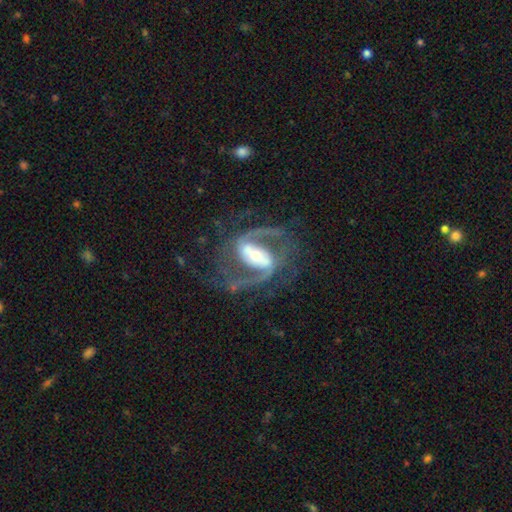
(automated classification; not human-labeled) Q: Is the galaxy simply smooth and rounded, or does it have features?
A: featured or disk — 91%.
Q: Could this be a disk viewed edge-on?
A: no — 97%.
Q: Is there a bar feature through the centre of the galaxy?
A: strong — 64%.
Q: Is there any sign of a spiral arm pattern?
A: yes — 97%.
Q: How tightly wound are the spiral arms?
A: medium — 59%.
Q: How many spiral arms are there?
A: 2 — 89%.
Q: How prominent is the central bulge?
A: moderate — 53%.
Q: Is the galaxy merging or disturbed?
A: none — 69%.